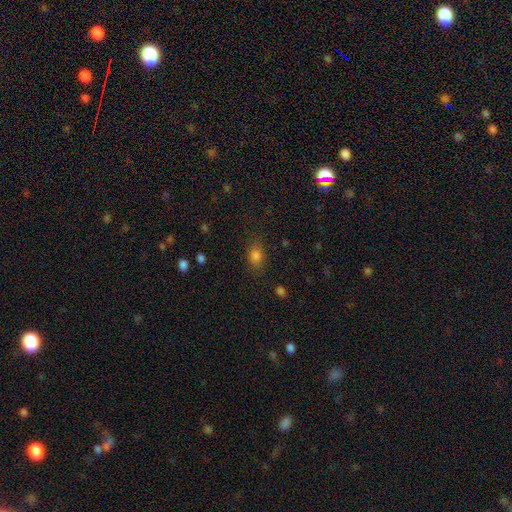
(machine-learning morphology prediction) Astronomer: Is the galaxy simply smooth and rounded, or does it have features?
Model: smooth — 80%.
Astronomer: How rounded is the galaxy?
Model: in between — 73%.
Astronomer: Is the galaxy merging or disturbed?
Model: none — 79%.